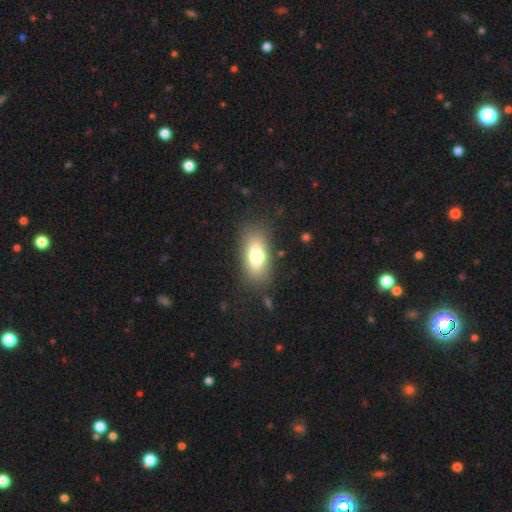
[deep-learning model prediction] This appears to be a smooth galaxy with no disk features (71%) that is in between round and cigar-shaped (84%). Merging: none (76%).